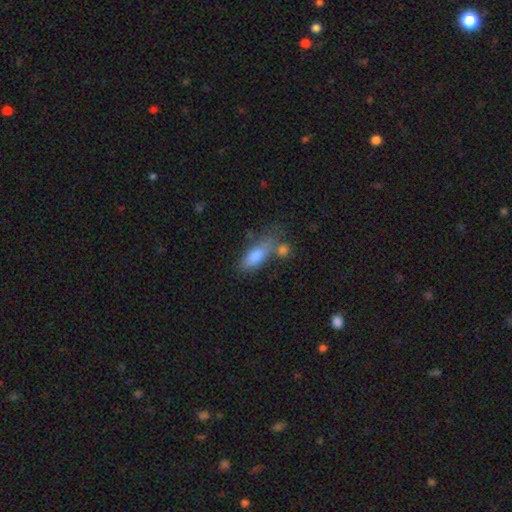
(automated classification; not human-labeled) smooth_or_featured: smooth (p=0.75) [alt: featured or disk p=0.17]
how_rounded: in between (p=0.68) [alt: cigar-shaped p=0.29]
merging: none (p=0.52) [alt: minor disturbance p=0.21]